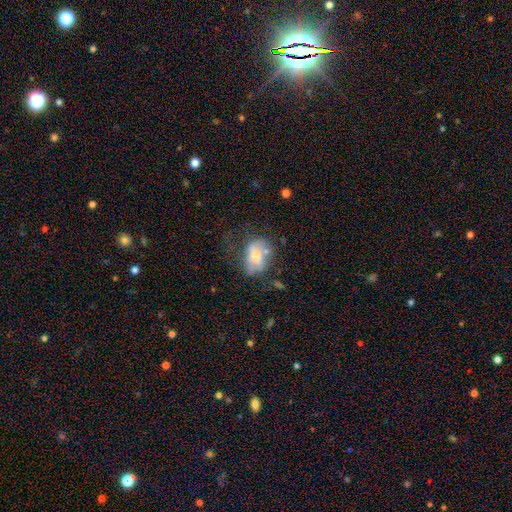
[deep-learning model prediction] The model was most divided on "smooth or featured": smooth: 51%, featured or disk: 40%, star or artifact: 9%. Remaining: how rounded — in between (70%); merging — none (40%).